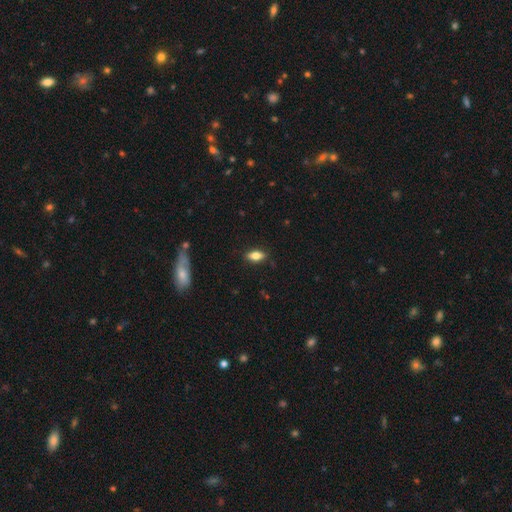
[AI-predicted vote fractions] smooth 73%, featured or disk 20%, star or artifact 8%. Down the decision tree: how rounded — in between (81%); merging — none (86%).